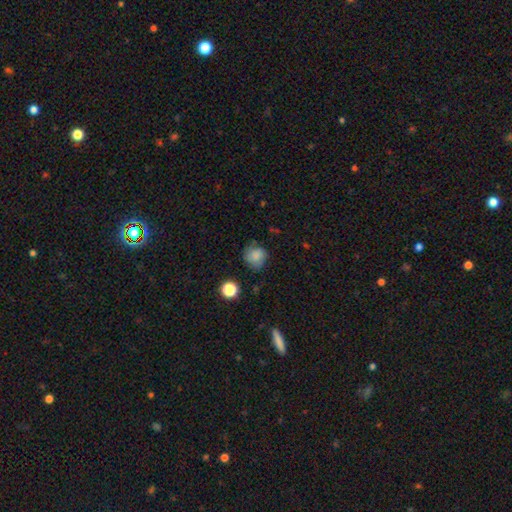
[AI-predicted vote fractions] smooth-or-featured: smooth: 78% | star or artifact: 11% | featured or disk: 10%
  how-rounded: round: 85% | in between: 14% | cigar-shaped: 1%
  merging: none: 70% | minor disturbance: 22% | major disturbance: 6% | merger: 2%